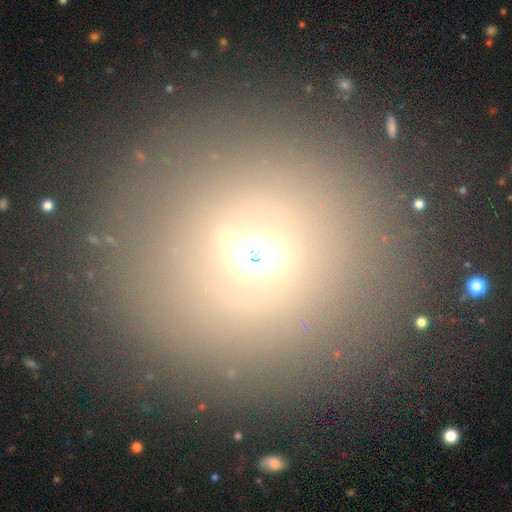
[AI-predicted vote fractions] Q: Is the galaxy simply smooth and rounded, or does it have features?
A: smooth — 43%.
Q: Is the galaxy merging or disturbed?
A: none — 81%.